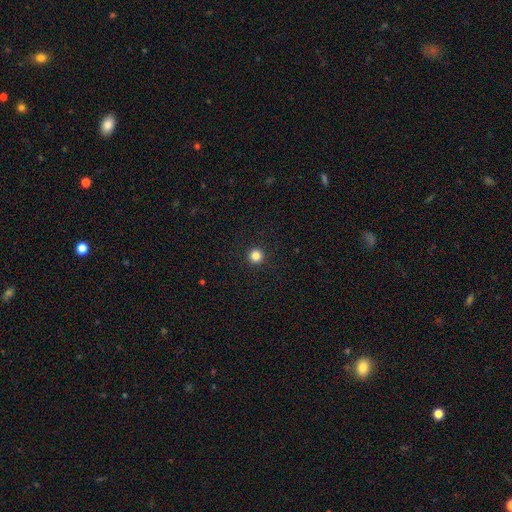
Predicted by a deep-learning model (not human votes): Smooth or featured? Predicted: smooth (p=0.84). How rounded? Predicted: round (p=0.96). Merging? Predicted: none (p=0.94).